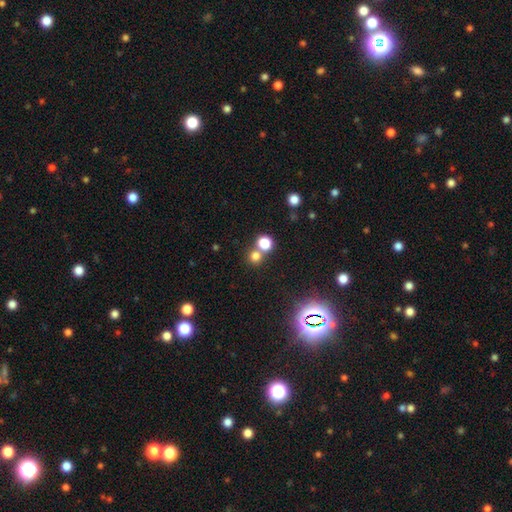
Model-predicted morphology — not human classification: smooth 74%, star or artifact 20%, featured or disk 7%. Down the decision tree: how rounded — round (90%); merging — none (60%).